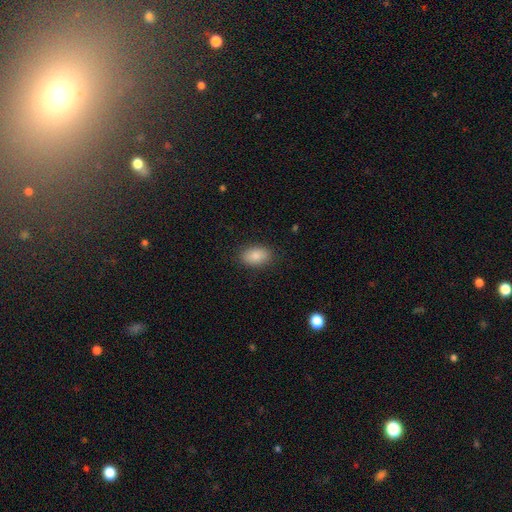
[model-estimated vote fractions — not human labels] smooth_or_featured: smooth (p=0.87) [alt: star or artifact p=0.07]
how_rounded: in between (p=0.90) [alt: round p=0.09]
merging: none (p=0.87) [alt: minor disturbance p=0.09]